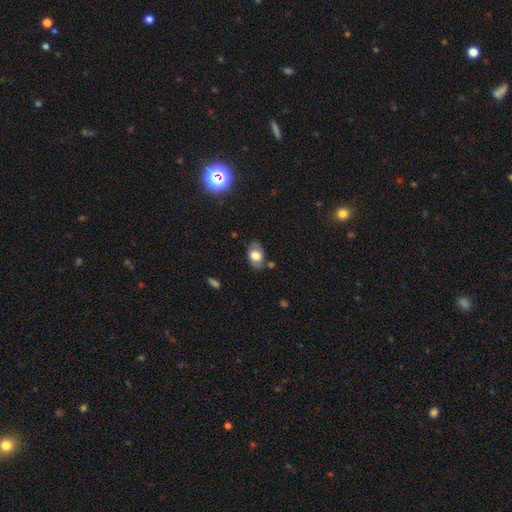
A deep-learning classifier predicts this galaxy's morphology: Q: Smooth or featured?
A: smooth (73%); runner-up: featured or disk (18%)
Q: How rounded?
A: in between (86%); runner-up: round (13%)
Q: Merging?
A: none (78%); runner-up: minor disturbance (16%)